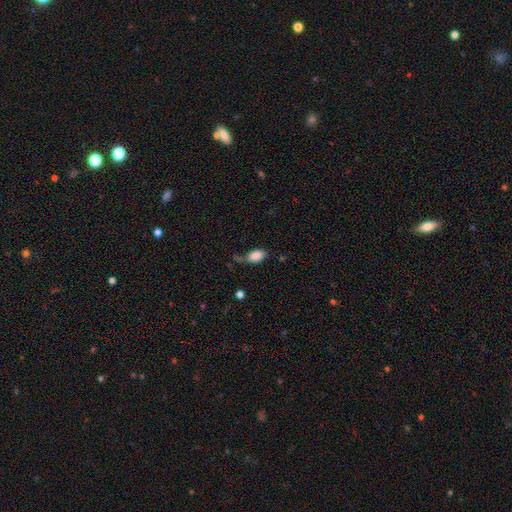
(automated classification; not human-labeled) smooth_or_featured: smooth (p=0.86) [alt: star or artifact p=0.08]
how_rounded: in between (p=0.91) [alt: round p=0.08]
merging: none (p=0.53) [alt: minor disturbance p=0.27]